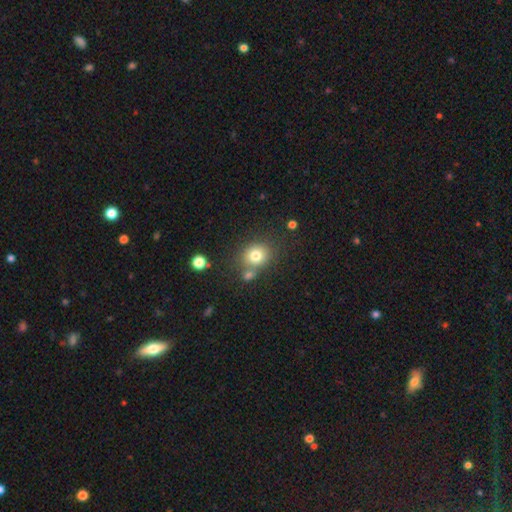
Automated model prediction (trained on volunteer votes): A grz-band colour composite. It shows a smooth galaxy with no disk features (78%) that is round (75%). Merging: none (65%).